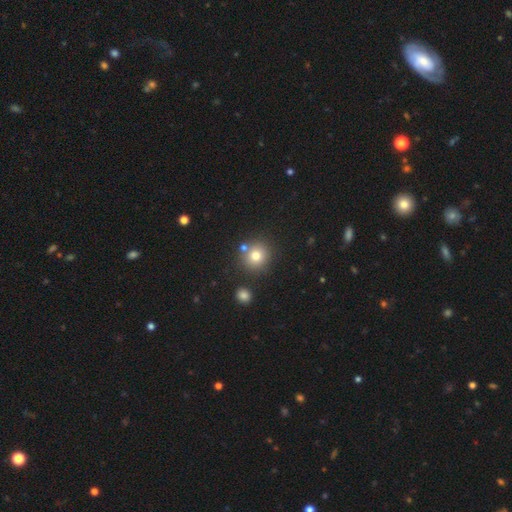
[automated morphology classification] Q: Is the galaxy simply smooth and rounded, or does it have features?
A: smooth — 76%.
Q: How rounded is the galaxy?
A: round — 91%.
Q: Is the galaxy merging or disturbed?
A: none — 78%.